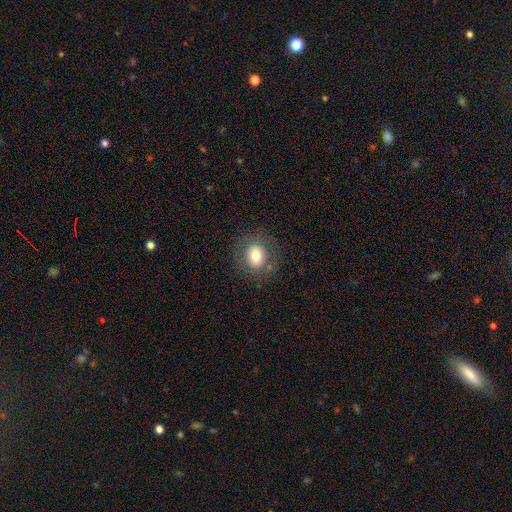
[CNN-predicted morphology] A smooth galaxy with no disk features (73%) that is round (73%). Merging: none (83%).